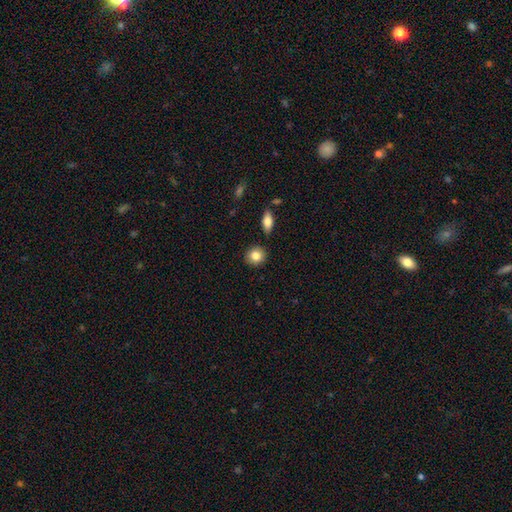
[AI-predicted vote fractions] A smooth galaxy with no disk features (84%) that is round (82%). Merging: none (87%).